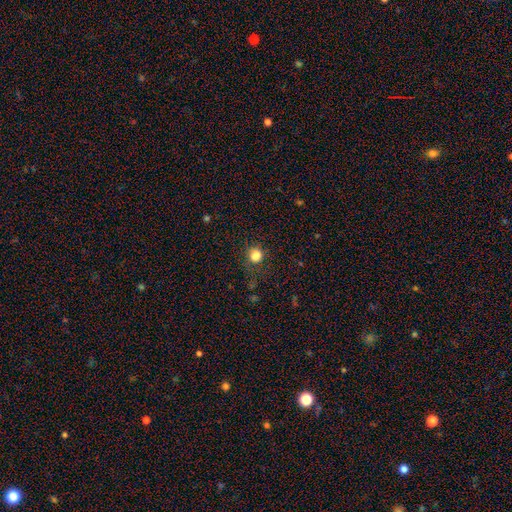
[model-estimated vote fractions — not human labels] Q: Smooth or featured?
A: smooth (82%); runner-up: star or artifact (14%)
Q: How rounded?
A: round (84%); runner-up: in between (15%)
Q: Merging?
A: none (75%); runner-up: minor disturbance (15%)